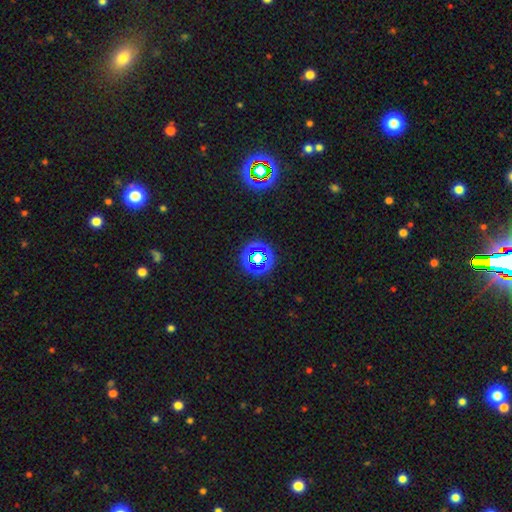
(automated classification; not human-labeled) This is possibly a star or artifact rather than a galaxy (58%).